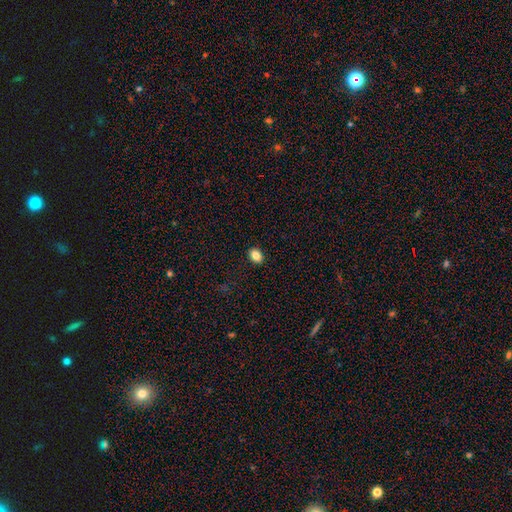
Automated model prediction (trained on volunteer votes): A smooth galaxy with no disk features (84%) that is in between round and cigar-shaped (72%).

Vote fractions:
- Smooth or featured? smooth: 84% / star or artifact: 10% / featured or disk: 6%
- How rounded? in between: 72% / round: 26% / cigar-shaped: 1%
- Merging? none: 90% / minor disturbance: 7% / major disturbance: 2% / merger: 1%